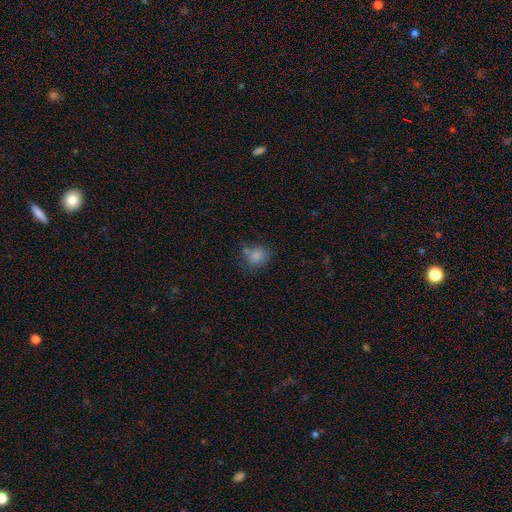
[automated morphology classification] The model was most divided on "how rounded": round: 65%, in between: 34%, cigar-shaped: 1%. More confident: smooth or featured — smooth (79%); merging — none (56%).